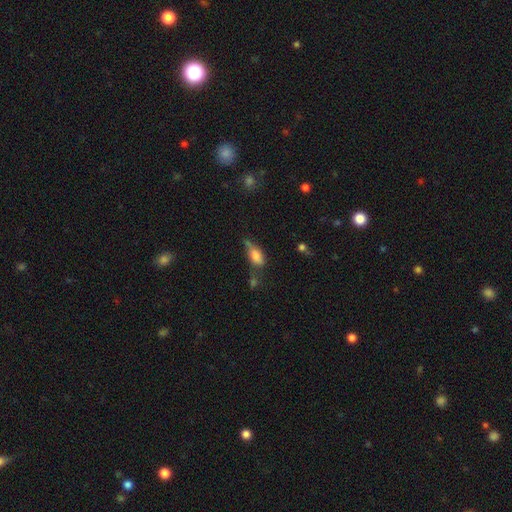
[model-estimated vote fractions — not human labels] smooth 74%, featured or disk 17%, star or artifact 9%. Down the decision tree: how rounded — in between (84%); merging — minor disturbance (34%).